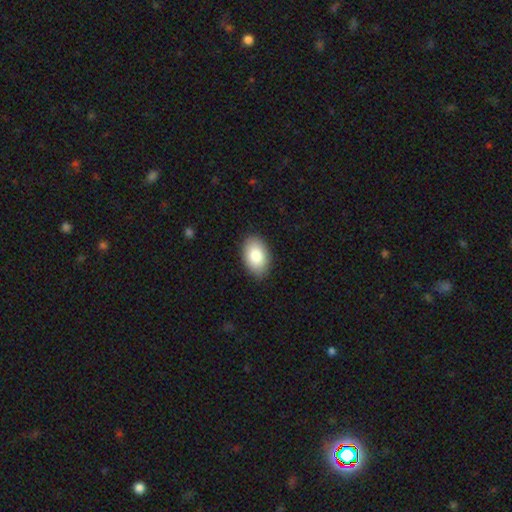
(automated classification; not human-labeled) This appears to be a smooth galaxy with no disk features (85%) that is in between round and cigar-shaped (90%). Merging: none (87%).